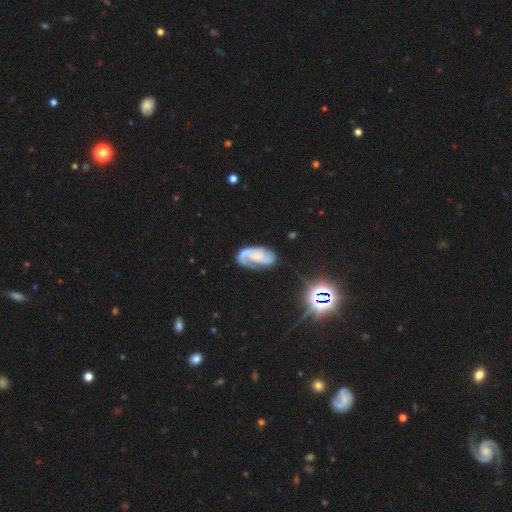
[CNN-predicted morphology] Q: Smooth or featured?
A: featured or disk (75%); runner-up: smooth (17%)
Q: Edge-on disk?
A: no (96%); runner-up: yes (4%)
Q: Bar?
A: no (62%); runner-up: weak (29%)
Q: Spiral arms?
A: yes (93%); runner-up: no (7%)
Q: Spiral winding?
A: medium (41%); runner-up: tight (38%)
Q: Spiral arm count?
A: 2 (60%); runner-up: 1 (25%)
Q: Bulge size?
A: small (43%); runner-up: none (31%)
Q: Merging?
A: none (58%); runner-up: minor disturbance (23%)